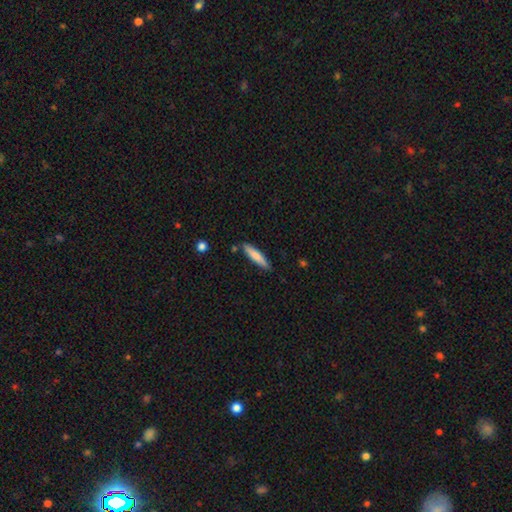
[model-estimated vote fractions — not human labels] Q: Smooth or featured?
A: smooth (76%); runner-up: featured or disk (19%)
Q: How rounded?
A: cigar-shaped (85%); runner-up: in between (13%)
Q: Merging?
A: none (85%); runner-up: minor disturbance (10%)